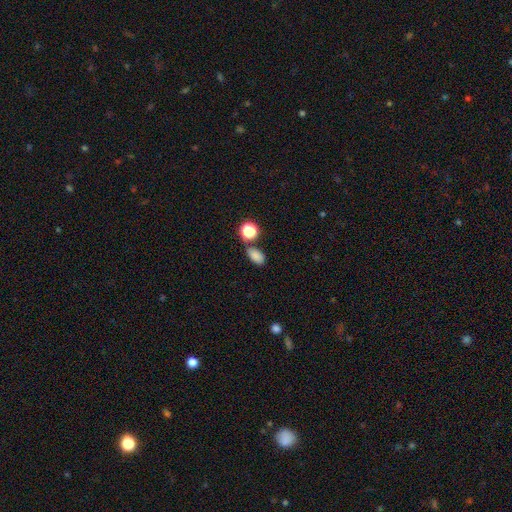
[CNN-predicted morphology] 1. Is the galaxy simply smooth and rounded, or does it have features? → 82% smooth, 13% star or artifact, 5% featured or disk.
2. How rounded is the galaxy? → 85% in between, 12% round, 2% cigar-shaped.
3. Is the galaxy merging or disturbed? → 65% none, 15% minor disturbance, 15% merger, 5% major disturbance.